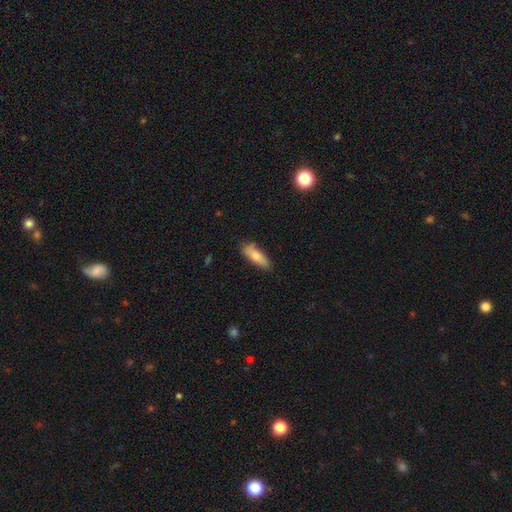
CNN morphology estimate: This is likely a smooth galaxy (76%). How rounded: possibly in between (56%). Merging: likely none (73%).